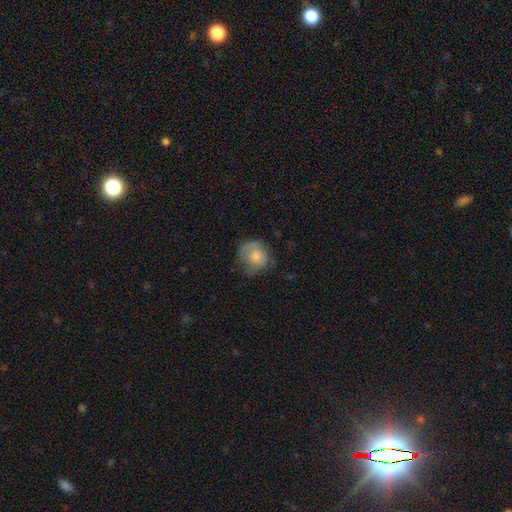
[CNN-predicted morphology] smooth-or-featured: smooth: 70% | featured or disk: 23% | star or artifact: 8%
  how-rounded: round: 72% | in between: 27% | cigar-shaped: 1%
  merging: none: 49% | minor disturbance: 31% | major disturbance: 18% | merger: 2%